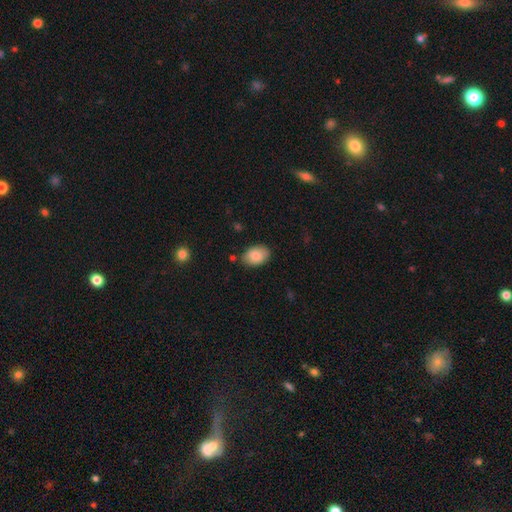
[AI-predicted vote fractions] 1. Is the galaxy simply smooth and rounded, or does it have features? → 85% smooth, 8% featured or disk, 7% star or artifact.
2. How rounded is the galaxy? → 85% in between, 14% round, 1% cigar-shaped.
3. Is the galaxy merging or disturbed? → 82% none, 13% minor disturbance, 3% merger, 2% major disturbance.